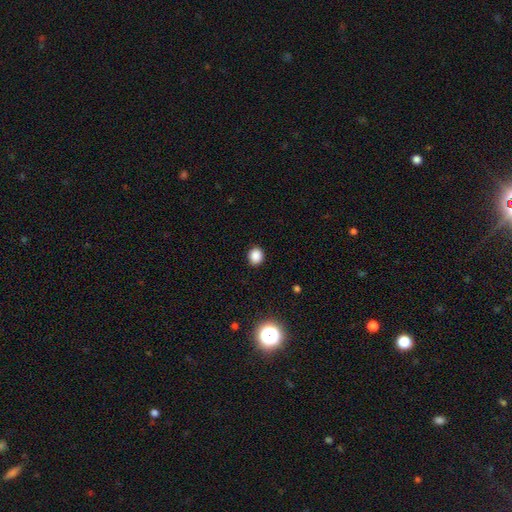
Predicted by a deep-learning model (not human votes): A smooth galaxy with no disk features (86%) that is round (73%). Merging: none (90%).